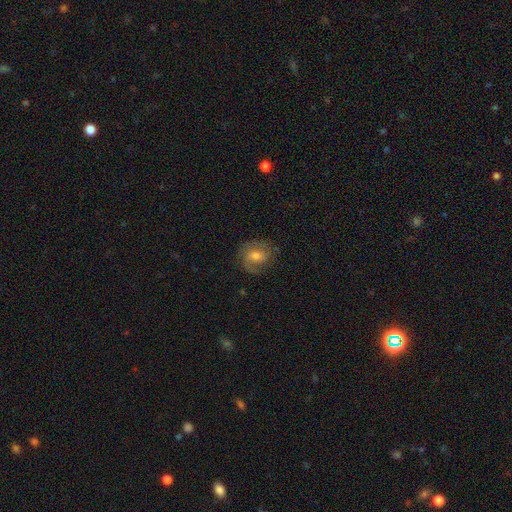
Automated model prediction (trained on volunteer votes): featured or disk 62%, smooth 29%, star or artifact 8%. Down the decision tree: edge-on disk — no (97%); bar — no (47%); spiral arms — yes (86%); spiral arm count — 2 (64%); spiral winding — medium (44%); bulge size — moderate (60%); merging — none (72%).